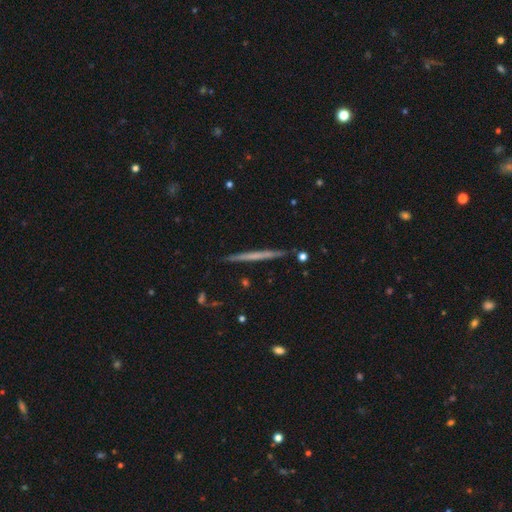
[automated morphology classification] This is possibly a featured or disk galaxy (53%). It is clearly viewed edge-on (97%). Edge-on bulge: clearly none (88%). Merging: clearly none (89%).